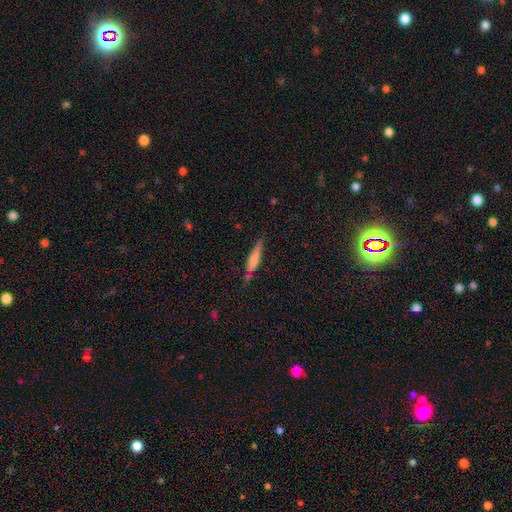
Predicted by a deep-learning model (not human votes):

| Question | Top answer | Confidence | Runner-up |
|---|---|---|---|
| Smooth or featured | featured or disk | 48% | smooth (42%) |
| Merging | none | 78% | minor disturbance (16%) |